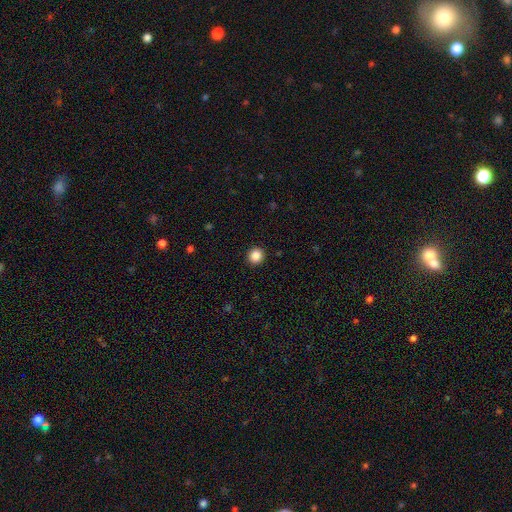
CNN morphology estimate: This appears to be a smooth galaxy with no disk features (87%) that is round (92%). Merging: none (92%).